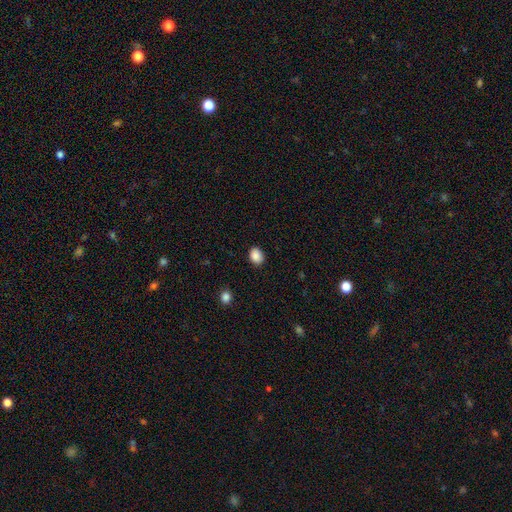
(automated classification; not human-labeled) Overall: smooth (88%). How rounded: in between (53%; round 46%). Merging: none (88%).